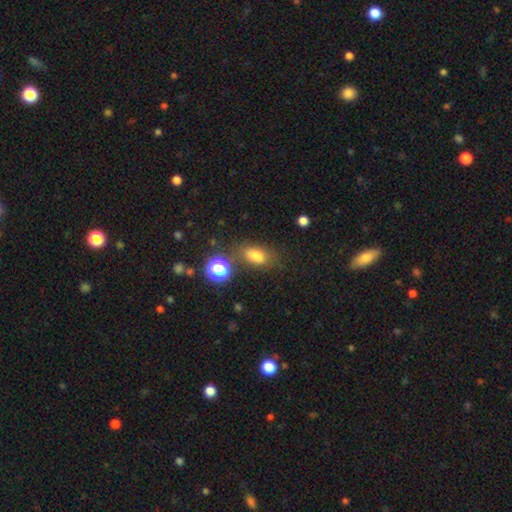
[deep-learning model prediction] The model was most divided on "merging": none: 68%, minor disturbance: 17%, merger: 8%, major disturbance: 7%. More confident: how rounded — in between (81%); smooth or featured — smooth (77%).